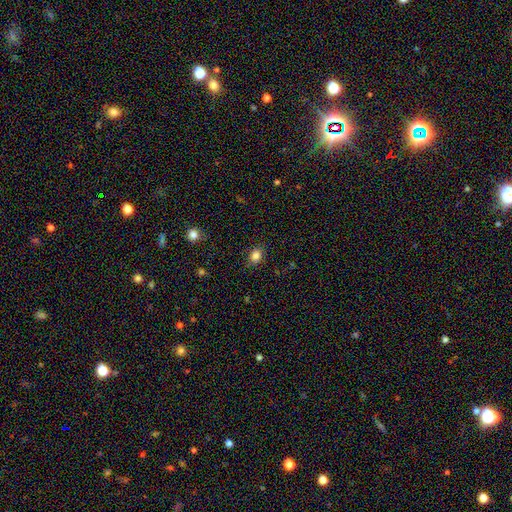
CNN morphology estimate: The model was most divided on "how rounded": in between: 57%, round: 42%, cigar-shaped: 1%. More confident: merging — none (85%); smooth or featured — smooth (83%).